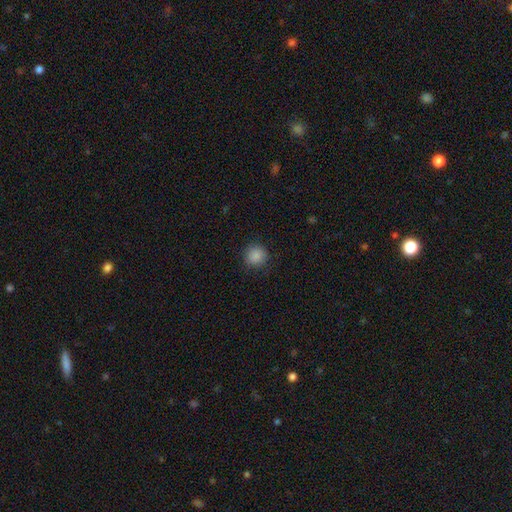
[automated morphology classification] smooth-or-featured: smooth: 87% | star or artifact: 10% | featured or disk: 3%
  how-rounded: round: 92% | in between: 7% | cigar-shaped: 1%
  merging: none: 88% | minor disturbance: 8% | major disturbance: 3% | merger: 1%